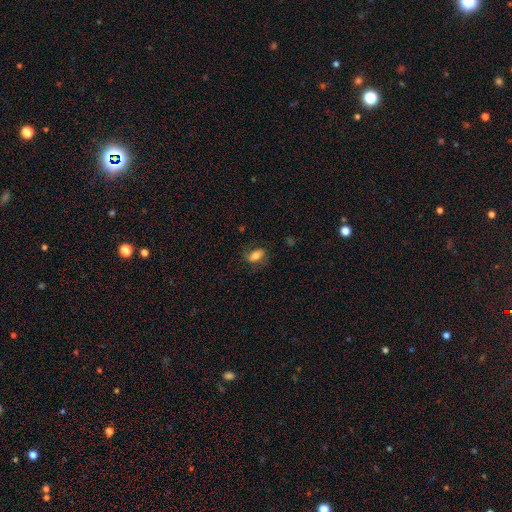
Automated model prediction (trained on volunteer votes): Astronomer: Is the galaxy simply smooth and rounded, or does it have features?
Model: smooth — 65%.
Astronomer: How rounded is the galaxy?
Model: in between — 84%.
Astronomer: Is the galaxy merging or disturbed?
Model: none — 69%.